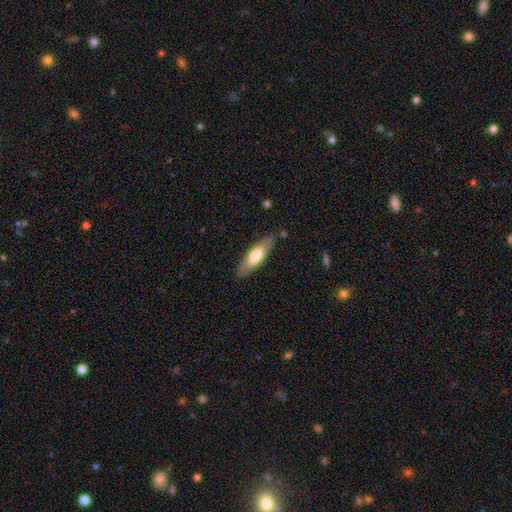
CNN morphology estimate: Q: Smooth or featured?
A: smooth (62%); runner-up: featured or disk (32%)
Q: How rounded?
A: cigar-shaped (52%); runner-up: in between (46%)
Q: Merging?
A: none (85%); runner-up: minor disturbance (11%)